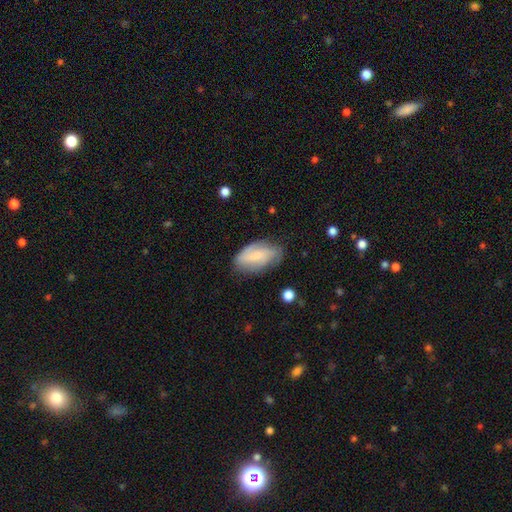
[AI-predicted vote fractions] smooth-or-featured: smooth: 64% | featured or disk: 28% | star or artifact: 7%
  how-rounded: in between: 92% | cigar-shaped: 5% | round: 3%
  merging: none: 66% | minor disturbance: 25% | major disturbance: 7% | merger: 2%